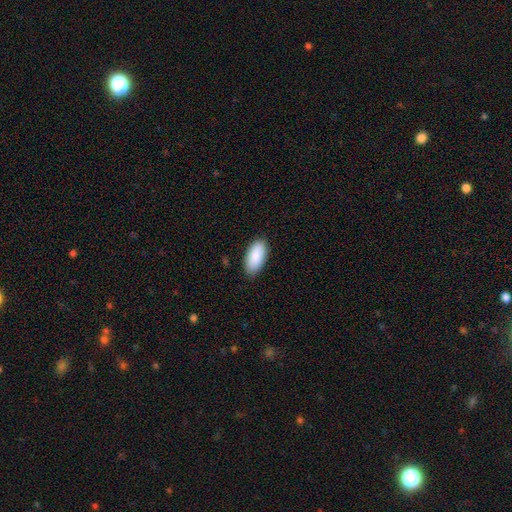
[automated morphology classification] smooth_or_featured: smooth (p=0.89) [alt: star or artifact p=0.06]
how_rounded: in between (p=0.93) [alt: cigar-shaped p=0.05]
merging: none (p=0.86) [alt: minor disturbance p=0.11]